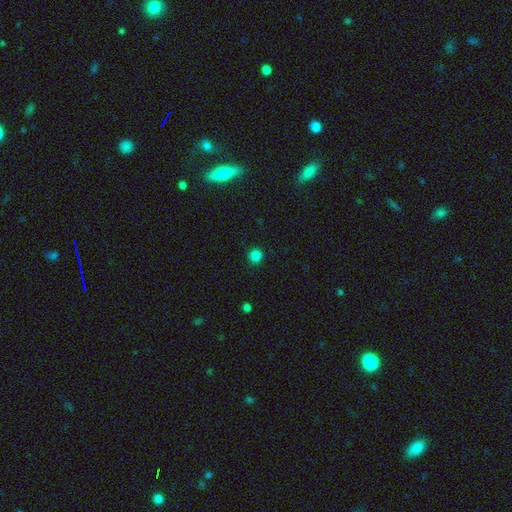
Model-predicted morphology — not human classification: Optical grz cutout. It shows a smooth galaxy with no disk features (83%) that is round (93%). Merging: none (91%).